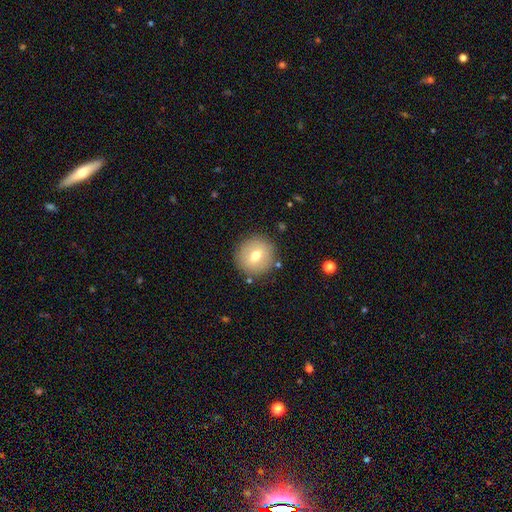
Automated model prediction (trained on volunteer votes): Overall: smooth (68%). How rounded: round (92%). Merging: none (87%).